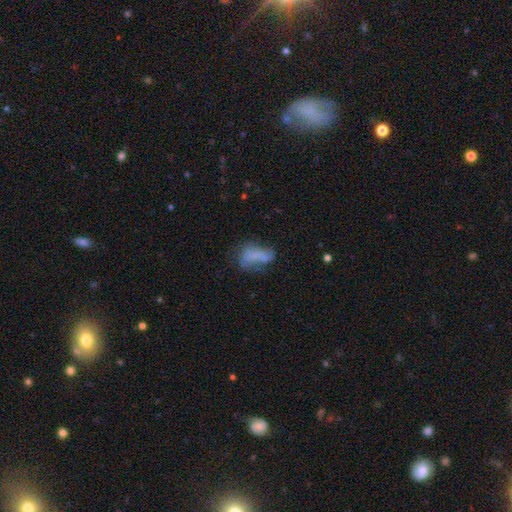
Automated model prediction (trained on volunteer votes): This appears to be a smooth galaxy with no disk features (55%) that is in between round and cigar-shaped (83%). Merging: none (34%).